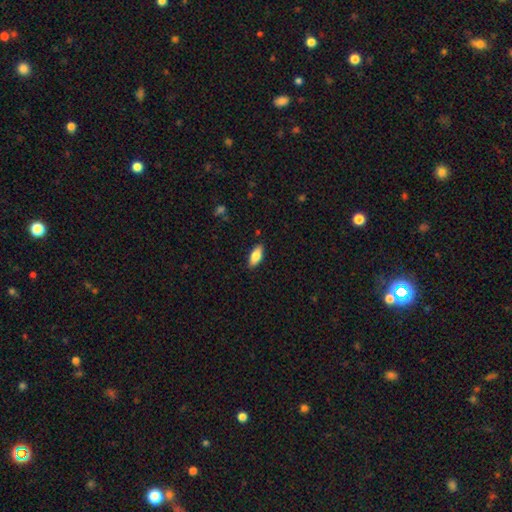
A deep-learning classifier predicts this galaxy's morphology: smooth 80%, featured or disk 14%, star or artifact 6%. Down the decision tree: how rounded — in between (81%); merging — none (88%).